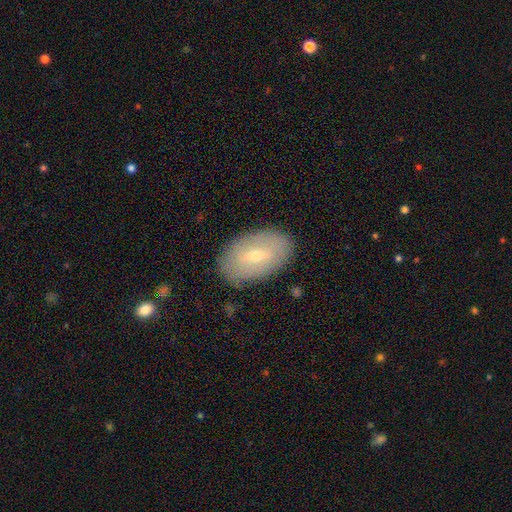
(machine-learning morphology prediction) Smooth or featured? Predicted: smooth (p=0.52). How rounded? Predicted: in between (p=0.92). Merging? Predicted: none (p=0.85).